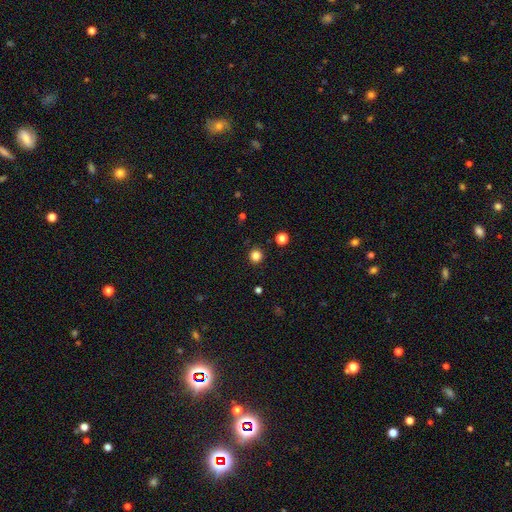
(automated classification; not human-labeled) Overall: smooth (83%). How rounded: round (94%). Merging: none (92%).